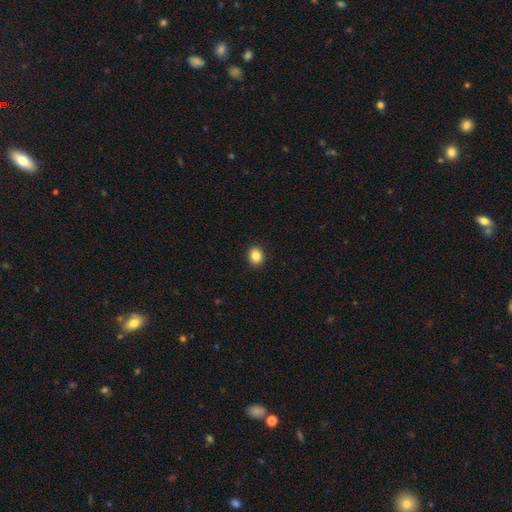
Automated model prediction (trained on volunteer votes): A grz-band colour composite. It shows a smooth galaxy with no disk features (85%) that is round (74%). Merging: none (92%).